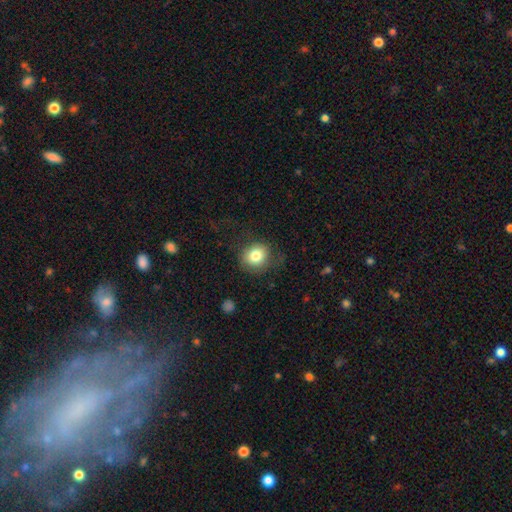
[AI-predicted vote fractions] smooth_or_featured: smooth (p=0.81) [alt: featured or disk p=0.10]
how_rounded: round (p=0.79) [alt: in between p=0.20]
merging: none (p=0.73) [alt: minor disturbance p=0.17]